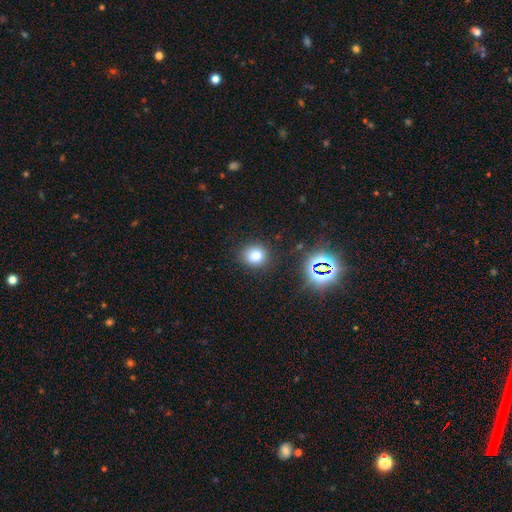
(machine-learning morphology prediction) A smooth galaxy with no disk features (76%) that is round (82%).

Vote fractions:
- Smooth or featured? smooth: 76% / star or artifact: 17% / featured or disk: 7%
- How rounded? round: 82% / in between: 17% / cigar-shaped: 1%
- Merging? none: 87% / minor disturbance: 8% / major disturbance: 3% / merger: 2%